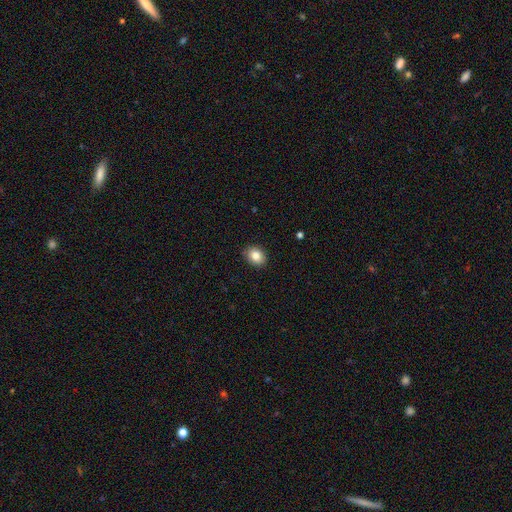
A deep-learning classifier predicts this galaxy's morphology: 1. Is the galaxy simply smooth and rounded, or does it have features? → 84% smooth, 9% star or artifact, 7% featured or disk.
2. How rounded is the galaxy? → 51% in between, 48% round, 1% cigar-shaped.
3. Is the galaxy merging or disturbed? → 87% none, 10% minor disturbance, 2% major disturbance, 1% merger.